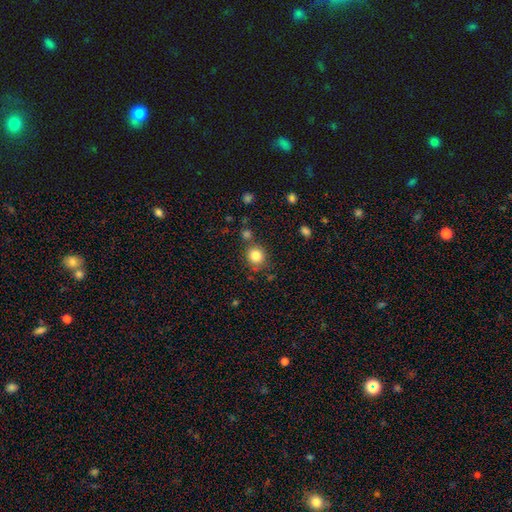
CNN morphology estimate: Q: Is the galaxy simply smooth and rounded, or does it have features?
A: smooth — 83%.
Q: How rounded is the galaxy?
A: round — 88%.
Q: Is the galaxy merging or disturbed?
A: none — 78%.